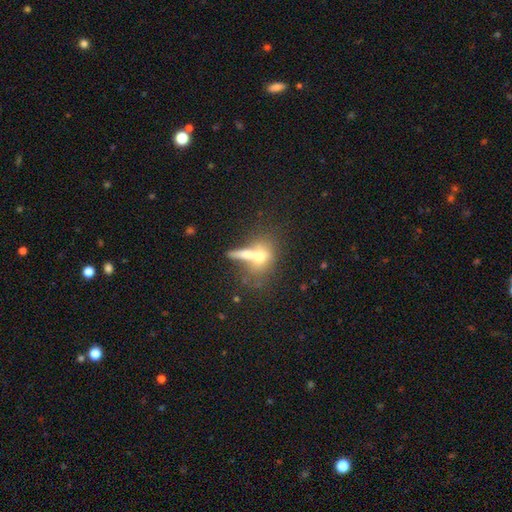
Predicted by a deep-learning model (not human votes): Morphology: type=smooth (62%); roundness=in between (53%); merging=merger (53%).